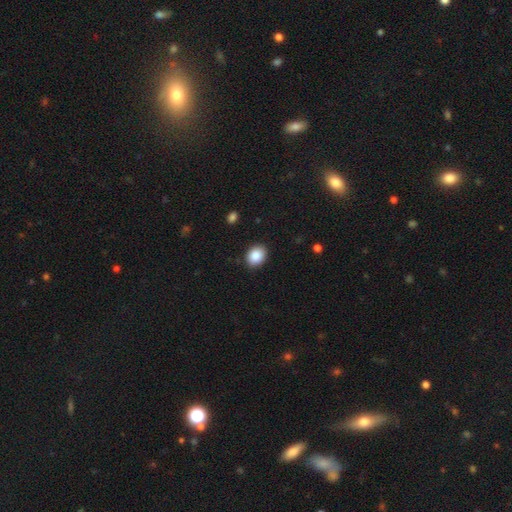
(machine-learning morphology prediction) This is clearly a smooth galaxy (88%). How rounded: possibly in between (59%). Merging: clearly none (88%).